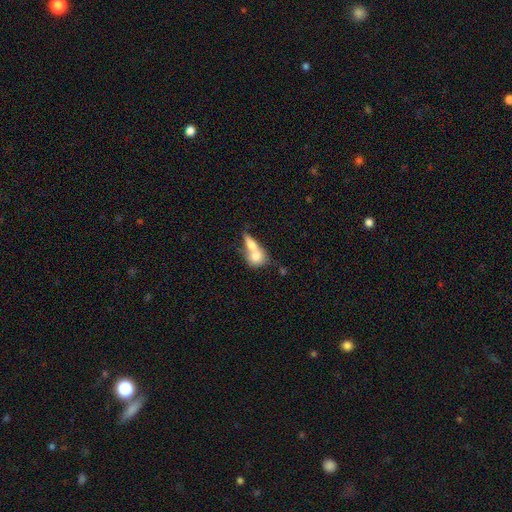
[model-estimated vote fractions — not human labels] smooth-or-featured: smooth: 70% | featured or disk: 23% | star or artifact: 7%
  how-rounded: in between: 46% (tied) | round: 46% (tied) | cigar-shaped: 8%
  merging: merger: 72% | none: 17% | minor disturbance: 6% | major disturbance: 4%